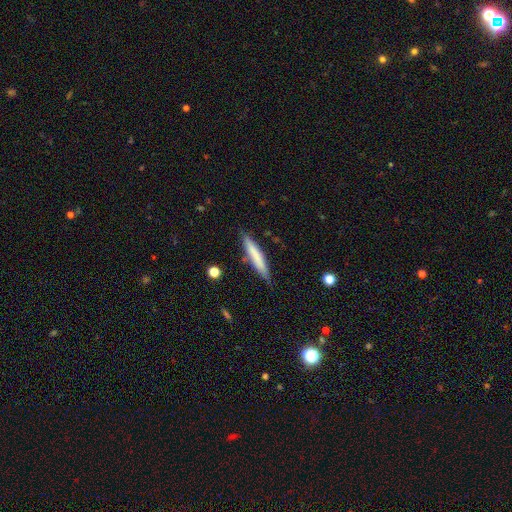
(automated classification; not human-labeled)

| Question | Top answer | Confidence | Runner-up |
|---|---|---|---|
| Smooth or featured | smooth | 70% | featured or disk (24%) |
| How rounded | cigar-shaped | 92% | in between (7%) |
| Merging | none | 81% | minor disturbance (14%) |